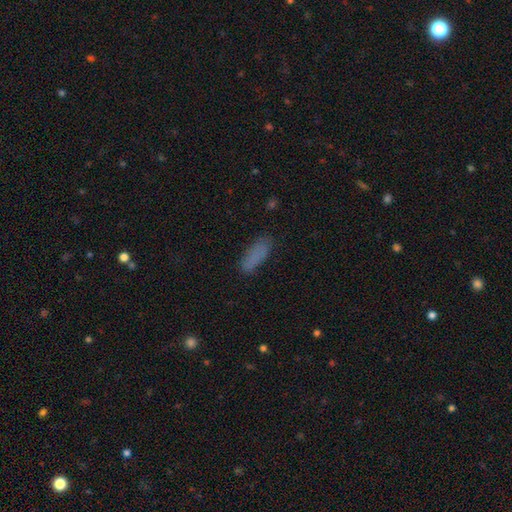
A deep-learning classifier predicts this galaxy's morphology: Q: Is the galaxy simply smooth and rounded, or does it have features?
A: smooth — 82%.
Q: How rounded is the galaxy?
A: in between — 56%.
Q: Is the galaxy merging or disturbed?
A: none — 80%.